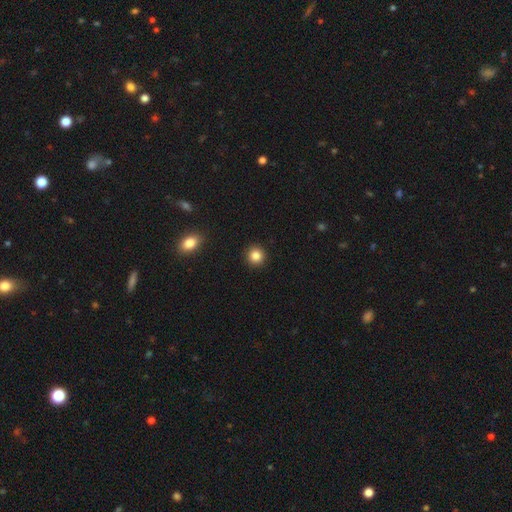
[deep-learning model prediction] Morphology: type=smooth (85%); roundness=round (93%); merging=none (93%).